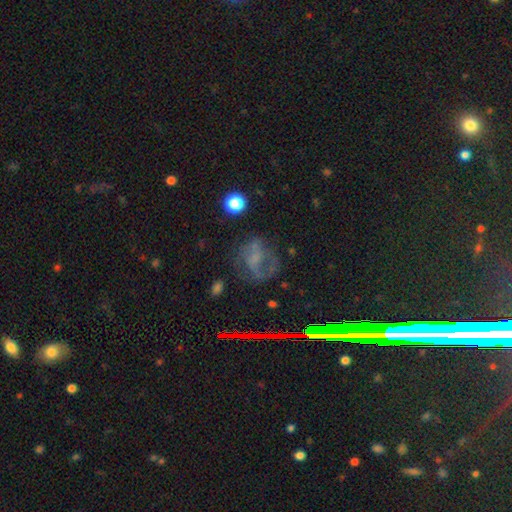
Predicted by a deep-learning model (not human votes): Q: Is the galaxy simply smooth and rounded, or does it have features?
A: featured or disk — 49%.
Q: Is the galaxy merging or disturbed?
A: none — 53%.